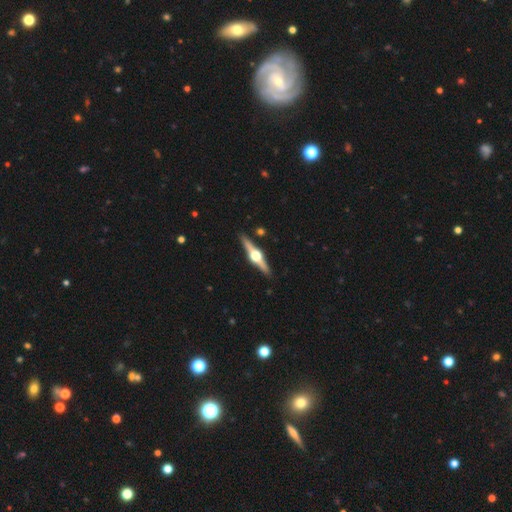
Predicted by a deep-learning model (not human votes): This is clearly a featured or disk galaxy (85%). It is clearly viewed edge-on (98%). Edge-on bulge: clearly rounded (97%). Merging: clearly none (91%).